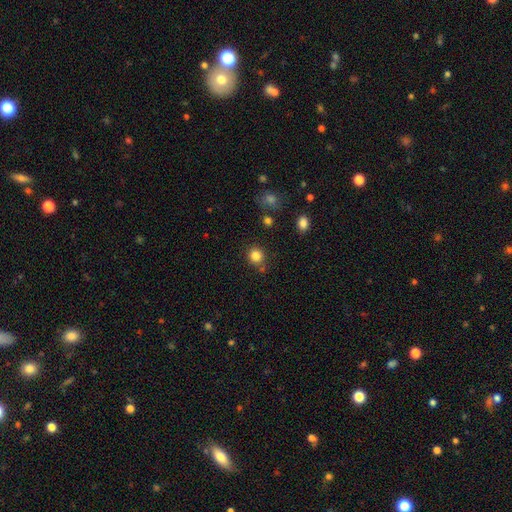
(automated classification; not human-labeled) A smooth galaxy with no disk features (84%) that is round (88%).

Vote fractions:
- Smooth or featured? smooth: 84% / star or artifact: 12% / featured or disk: 5%
- How rounded? round: 88% / in between: 11% / cigar-shaped: 1%
- Merging? none: 80% / minor disturbance: 10% / merger: 6% / major disturbance: 3%